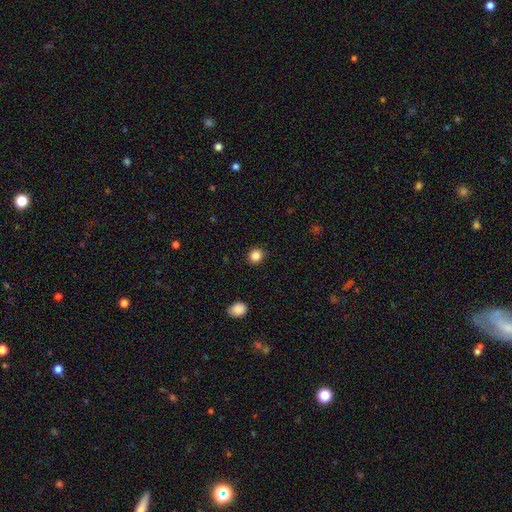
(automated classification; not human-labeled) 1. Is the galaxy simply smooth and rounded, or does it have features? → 86% smooth, 11% star or artifact, 3% featured or disk.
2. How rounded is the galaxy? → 84% round, 15% in between, 1% cigar-shaped.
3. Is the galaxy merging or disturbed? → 91% none, 6% minor disturbance, 2% major disturbance, 1% merger.